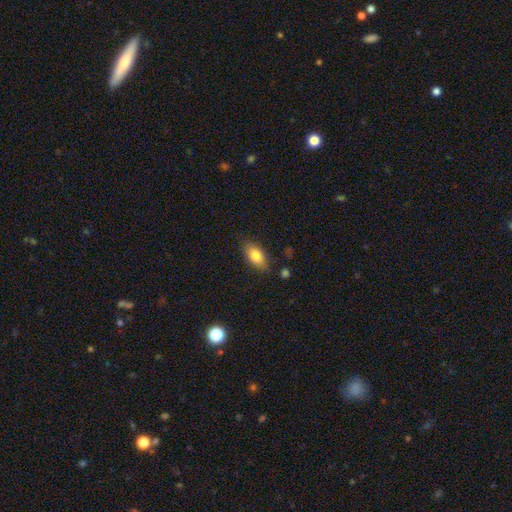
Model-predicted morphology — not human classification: Smooth or featured? smooth (81%)
How rounded? in between (87%)
Merging? none (79%)